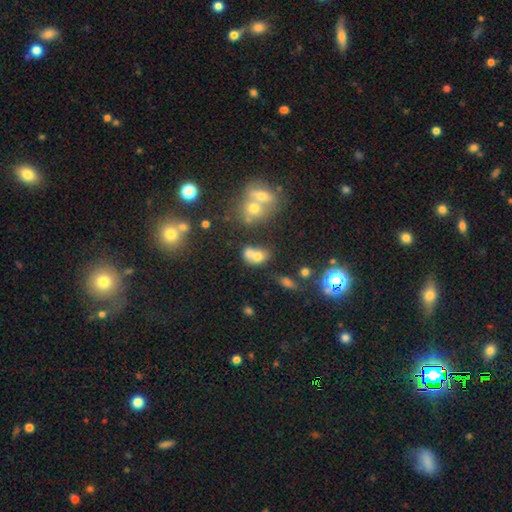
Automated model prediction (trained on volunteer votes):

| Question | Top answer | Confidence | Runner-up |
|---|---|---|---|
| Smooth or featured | smooth | 66% | featured or disk (19%) |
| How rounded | in between | 55% | round (43%) |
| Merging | merger | 58% | none (26%) |